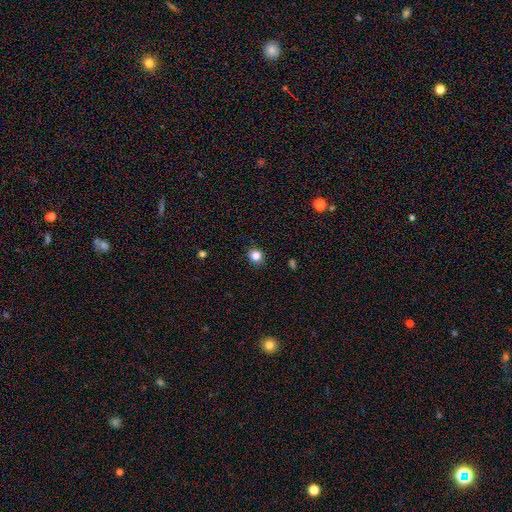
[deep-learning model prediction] Smooth or featured? Predicted: smooth (p=0.84). How rounded? Predicted: round (p=0.82). Merging? Predicted: none (p=0.89).